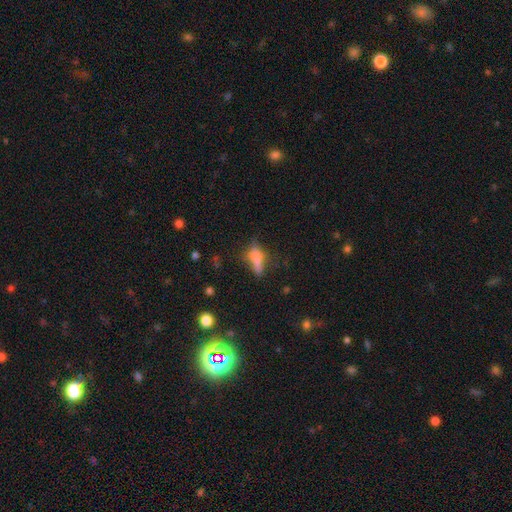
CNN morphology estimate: This is possibly a smooth galaxy (56%). How rounded: possibly cigar-shaped (53%). Merging: possibly none (52%).